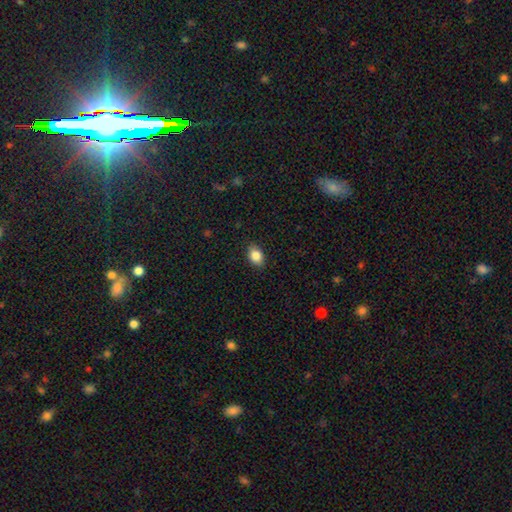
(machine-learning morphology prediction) smooth_or_featured: smooth (p=0.85) [alt: star or artifact p=0.09]
how_rounded: in between (p=0.79) [alt: round p=0.19]
merging: none (p=0.87) [alt: minor disturbance p=0.09]